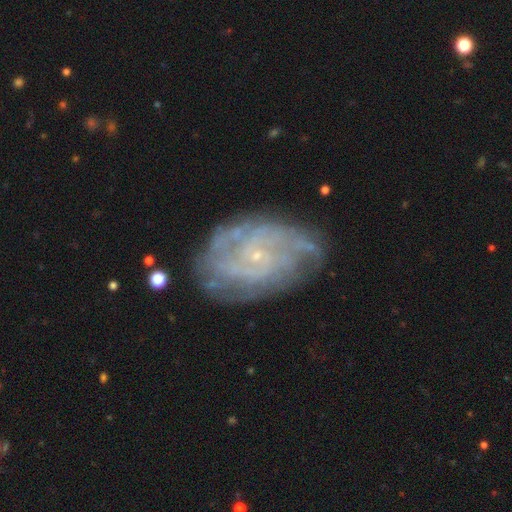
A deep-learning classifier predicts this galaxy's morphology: smooth_or_featured: featured or disk (p=0.85) [alt: smooth p=0.09]
disk_edge_on: no (p=0.97) [alt: yes p=0.03]
bar: no (p=0.72) [alt: weak p=0.23]
has_spiral_arms: yes (p=0.93) [alt: no p=0.07]
spiral_winding: tight (p=0.60) [alt: medium p=0.31]
spiral_arm_count: can't tell (p=0.38) [alt: 4 p=0.16]
bulge_size: small (p=0.88) [alt: moderate p=0.07]
merging: none (p=0.71) [alt: minor disturbance p=0.20]